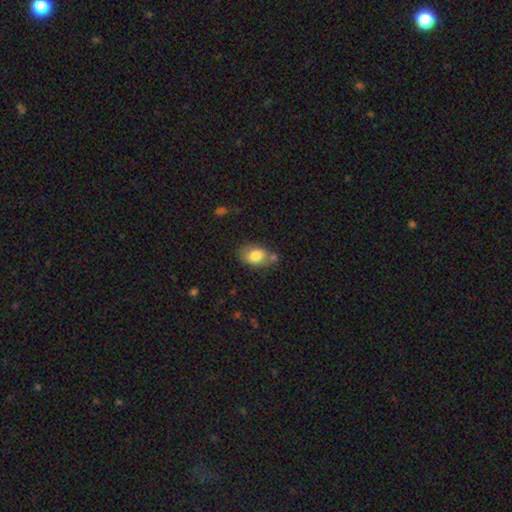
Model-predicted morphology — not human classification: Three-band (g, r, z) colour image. It shows a smooth galaxy with no disk features (80%) that is in between round and cigar-shaped (82%). Merging: none (60%).